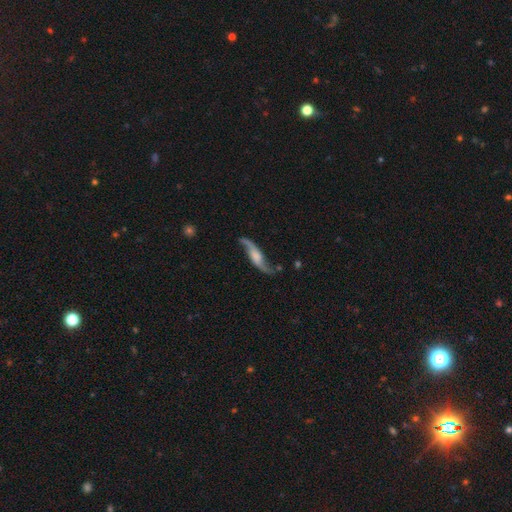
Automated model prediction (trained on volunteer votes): smooth-or-featured: featured or disk: 81% | smooth: 13% | star or artifact: 5%
  disk-edge-on: no: 81% | yes: 19%
    bar: no: 53% | weak: 34% | strong: 13%
    has-spiral-arms: yes: 95% | no: 5%
      spiral-winding: loose: 90% | medium: 8% | tight: 3%
      spiral-arm-count: 2: 93% | 1: 2% | can't tell: 2% | 3: 1% | 4: 1% | more than 4: 1%
    bulge-size: moderate: 30% | small: 26% | none: 25% | large: 15% | dominant: 3%
  merging: none: 70% | minor disturbance: 17% | major disturbance: 8% | merger: 5%